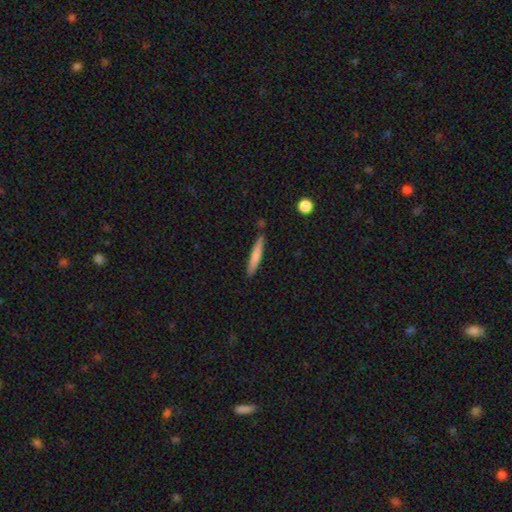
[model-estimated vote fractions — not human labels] Smooth or featured: smooth — 73% (featured or disk — 21%)
How rounded: cigar-shaped — 93% (in between — 6%)
Merging: none — 83% (minor disturbance — 12%)